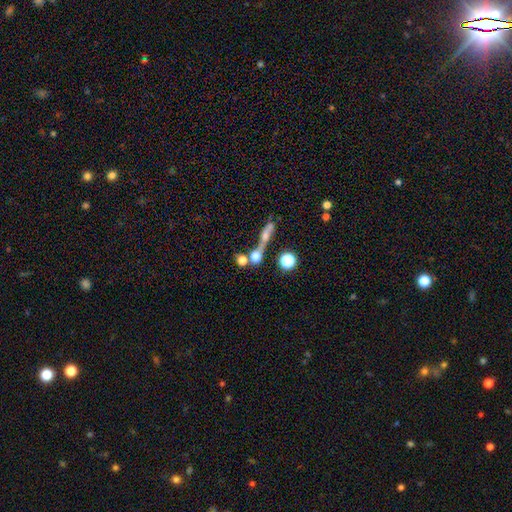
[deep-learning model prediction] smooth-or-featured: smooth: 65% | featured or disk: 18% | star or artifact: 17%
  how-rounded: round: 72% | in between: 16% | cigar-shaped: 12%
  merging: none: 43% | merger: 40% | minor disturbance: 9% | major disturbance: 8%